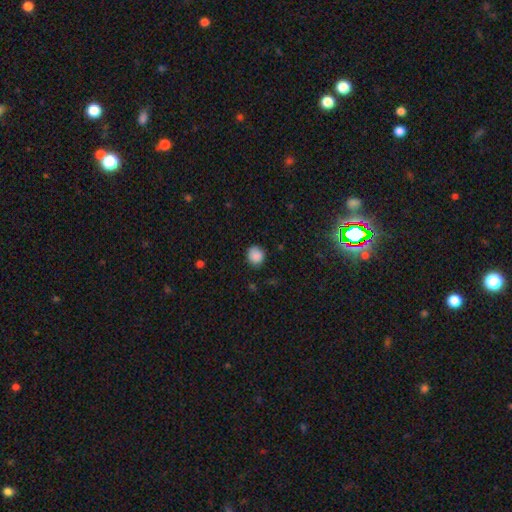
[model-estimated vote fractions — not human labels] A smooth galaxy with no disk features (87%) that is round (82%).

Vote fractions:
- Smooth or featured? smooth: 87% / star or artifact: 9% / featured or disk: 4%
- How rounded? round: 82% / in between: 17% / cigar-shaped: 1%
- Merging? none: 82% / minor disturbance: 14% / major disturbance: 3% / merger: 1%